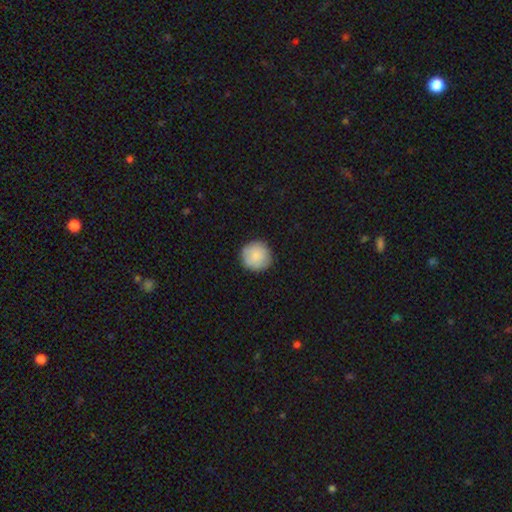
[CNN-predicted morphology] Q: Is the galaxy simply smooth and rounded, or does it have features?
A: smooth — 86%.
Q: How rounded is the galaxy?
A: round — 95%.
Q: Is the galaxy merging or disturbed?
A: none — 88%.